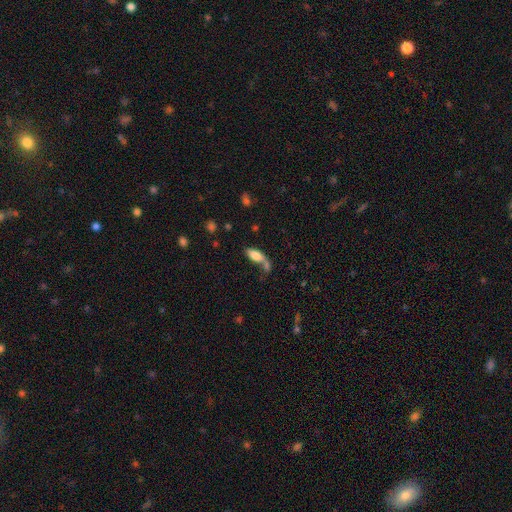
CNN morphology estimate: Q: Smooth or featured?
A: smooth (76%); runner-up: featured or disk (16%)
Q: How rounded?
A: in between (79%); runner-up: cigar-shaped (17%)
Q: Merging?
A: merger (37%); runner-up: none (35%)